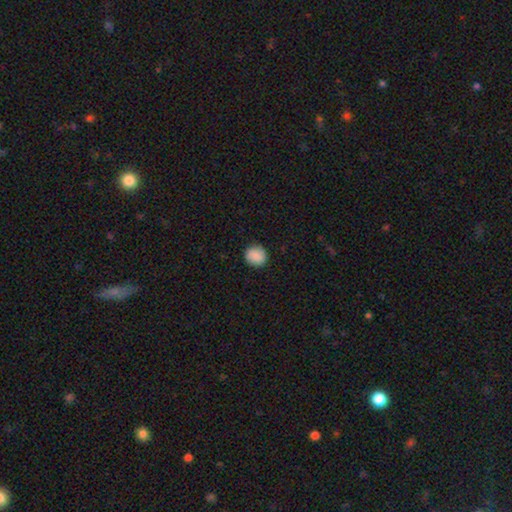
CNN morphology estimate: A smooth galaxy with no disk features (86%) that is round (89%).

Vote fractions:
- Smooth or featured? smooth: 86% / star or artifact: 8% / featured or disk: 6%
- How rounded? round: 89% / in between: 10% / cigar-shaped: 1%
- Merging? none: 90% / minor disturbance: 7% / major disturbance: 2% / merger: 1%